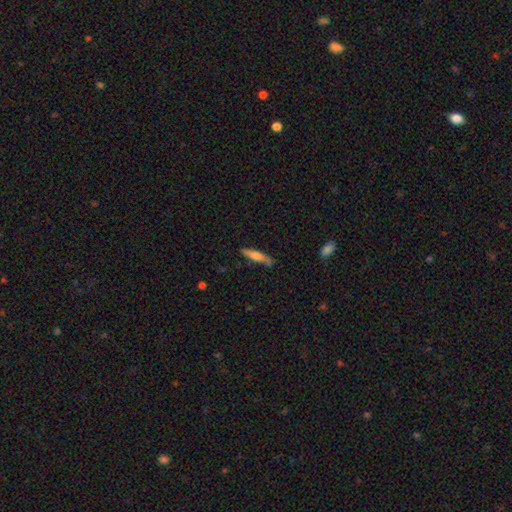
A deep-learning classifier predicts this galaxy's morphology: smooth-or-featured: smooth: 54% | featured or disk: 40% | star or artifact: 6%
  how-rounded: cigar-shaped: 85% | in between: 13% | round: 2%
  merging: none: 76% | minor disturbance: 18% | major disturbance: 4% | merger: 3%